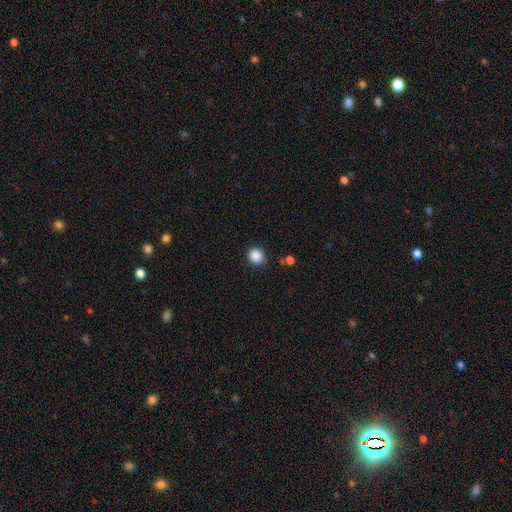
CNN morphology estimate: smooth_or_featured: smooth (p=0.87) [alt: star or artifact p=0.10]
how_rounded: round (p=0.75) [alt: in between p=0.24]
merging: none (p=0.78) [alt: minor disturbance p=0.16]